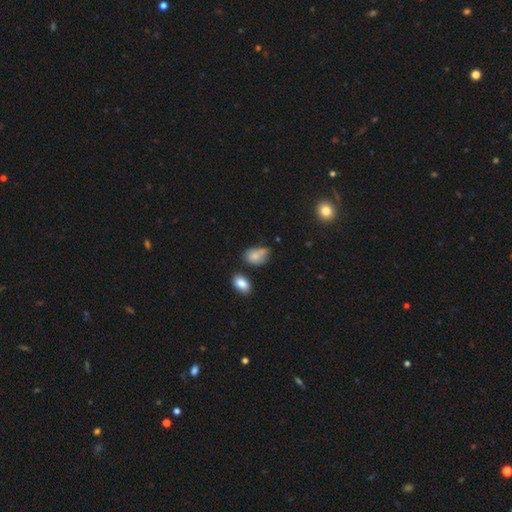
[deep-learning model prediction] smooth-or-featured: smooth: 78% | featured or disk: 11% | star or artifact: 11%
  how-rounded: in between: 78% | round: 20% | cigar-shaped: 2%
  merging: minor disturbance: 39% | none: 38% | major disturbance: 13% | merger: 10%